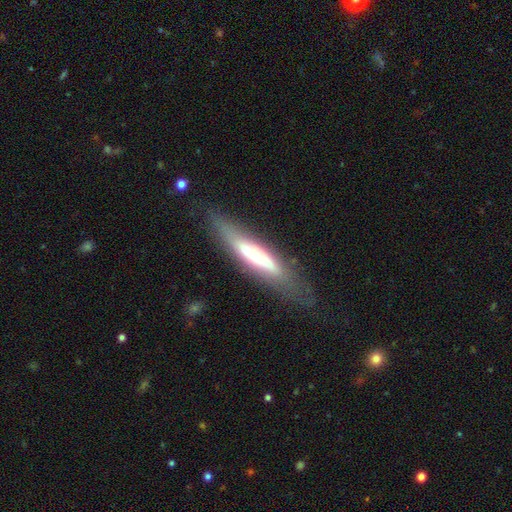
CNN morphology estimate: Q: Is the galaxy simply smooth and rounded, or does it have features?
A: featured or disk — 59%.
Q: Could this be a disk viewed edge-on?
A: yes — 68%.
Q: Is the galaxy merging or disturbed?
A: none — 70%.